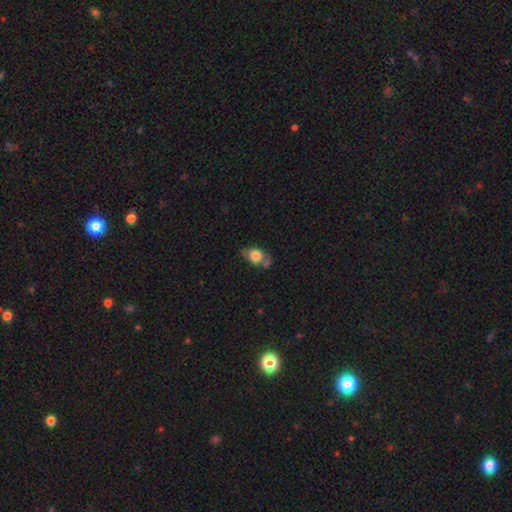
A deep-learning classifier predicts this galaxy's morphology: A smooth galaxy with no disk features (68%) that is in between round and cigar-shaped (75%).

Vote fractions:
- Smooth or featured? smooth: 68% / featured or disk: 25% / star or artifact: 8%
- How rounded? in between: 75% / round: 22% / cigar-shaped: 3%
- Merging? none: 55% / minor disturbance: 27% / merger: 10% / major disturbance: 8%